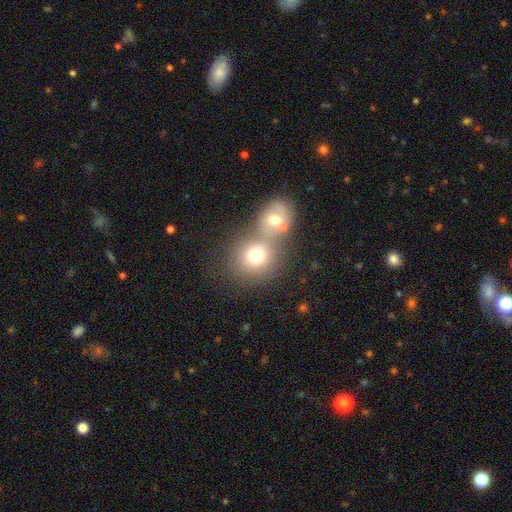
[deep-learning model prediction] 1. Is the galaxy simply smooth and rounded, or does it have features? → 73% smooth, 16% featured or disk, 12% star or artifact.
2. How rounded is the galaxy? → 79% round, 20% in between, 1% cigar-shaped.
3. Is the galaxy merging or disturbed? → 50% merger, 37% none, 8% minor disturbance, 4% major disturbance.